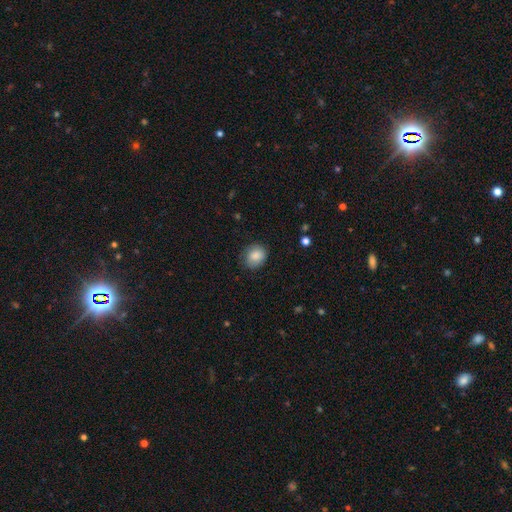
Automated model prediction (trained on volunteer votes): Smooth or featured: smooth — 86% (star or artifact — 8%)
How rounded: round — 58% (in between — 41%)
Merging: none — 78% (minor disturbance — 17%)